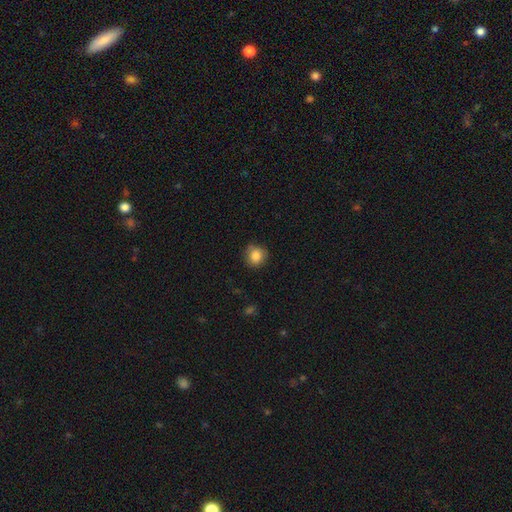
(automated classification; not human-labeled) smooth_or_featured: smooth (p=0.84) [alt: star or artifact p=0.09]
how_rounded: round (p=0.89) [alt: in between p=0.10]
merging: none (p=0.81) [alt: minor disturbance p=0.15]